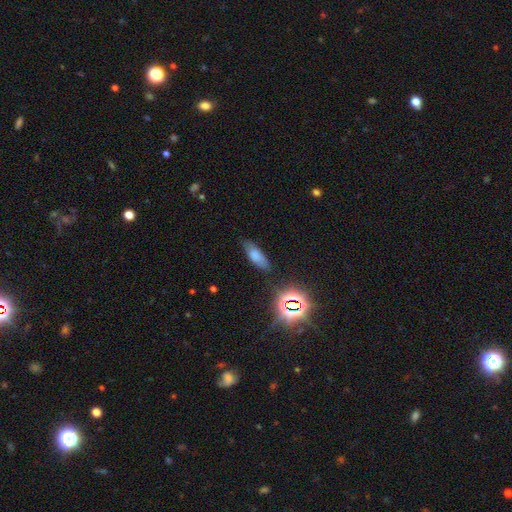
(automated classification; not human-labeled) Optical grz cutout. It shows a smooth galaxy with no disk features (71%) that is in between round and cigar-shaped (67%). Merging: none (75%).